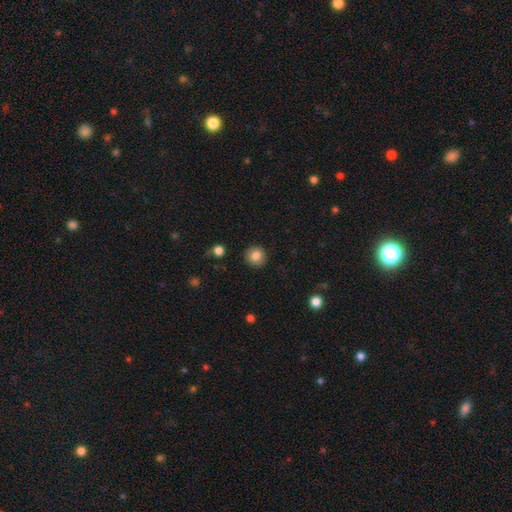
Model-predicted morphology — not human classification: Overall: smooth (84%). How rounded: round (93%). Merging: none (91%).